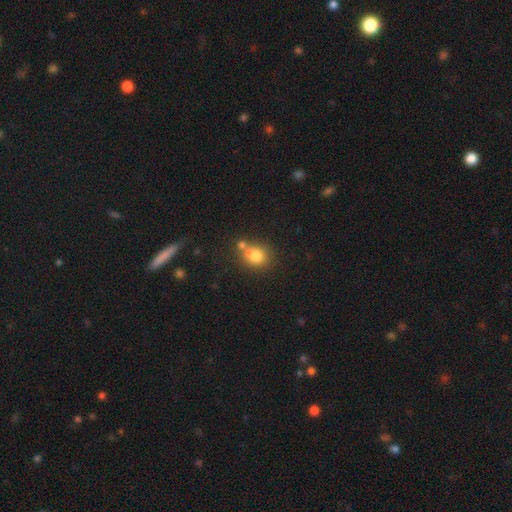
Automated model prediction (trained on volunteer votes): Overall: smooth (75%). How rounded: round (73%). Merging: none (45%; merger 39%).